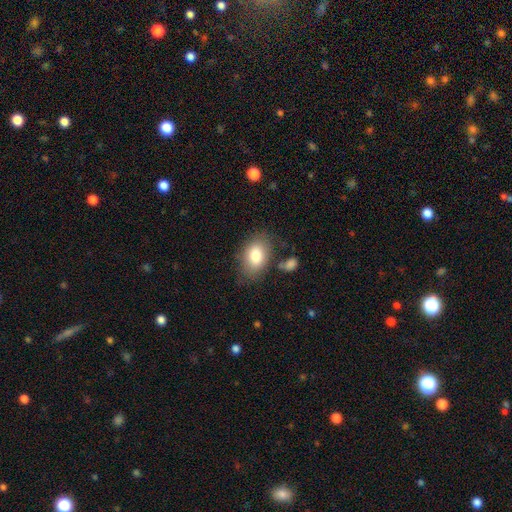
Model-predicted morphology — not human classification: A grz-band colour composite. It shows a smooth galaxy with no disk features (81%) that is in between round and cigar-shaped (85%). Merging: none (72%).